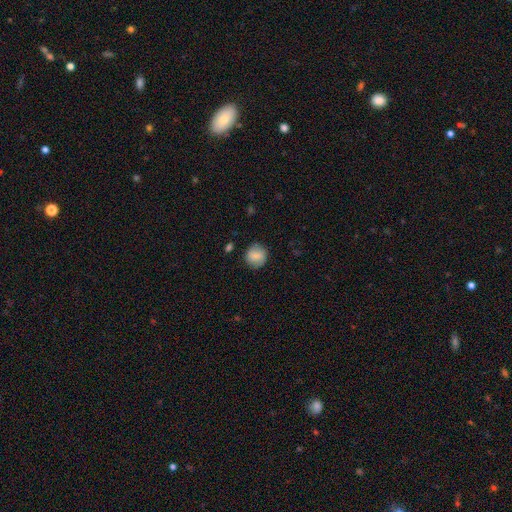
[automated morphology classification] Smooth or featured? Predicted: smooth (p=0.79). How rounded? Predicted: round (p=0.86). Merging? Predicted: none (p=0.85).